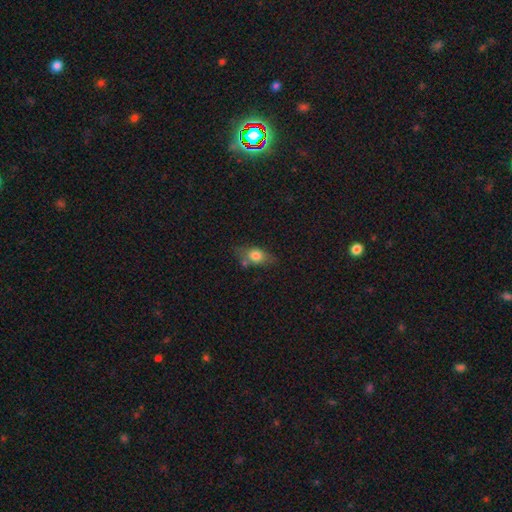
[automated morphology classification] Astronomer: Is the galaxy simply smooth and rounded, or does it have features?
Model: smooth — 72%.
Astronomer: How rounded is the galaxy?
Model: in between — 72%.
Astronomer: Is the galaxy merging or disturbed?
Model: none — 57%.